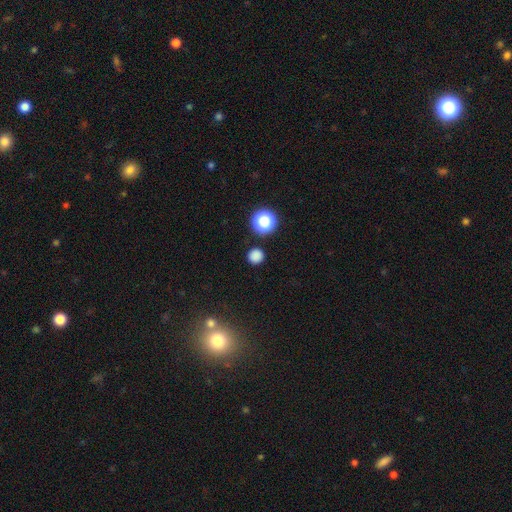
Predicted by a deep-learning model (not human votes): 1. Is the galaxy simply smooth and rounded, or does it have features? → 80% smooth, 17% star or artifact, 3% featured or disk.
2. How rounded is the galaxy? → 94% round, 5% in between, 1% cigar-shaped.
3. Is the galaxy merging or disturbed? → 90% none, 6% minor disturbance, 2% major disturbance, 2% merger.